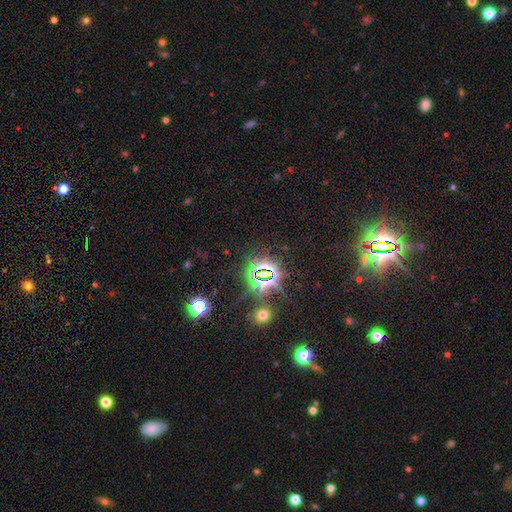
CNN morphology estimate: Q: Smooth or featured?
A: star or artifact (80%); runner-up: smooth (11%)